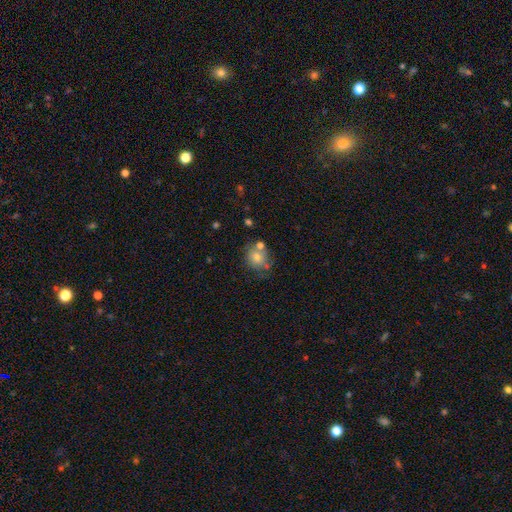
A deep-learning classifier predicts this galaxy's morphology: This is likely a smooth galaxy (65%). How rounded: likely round (71%). Merging: possibly none (52%).